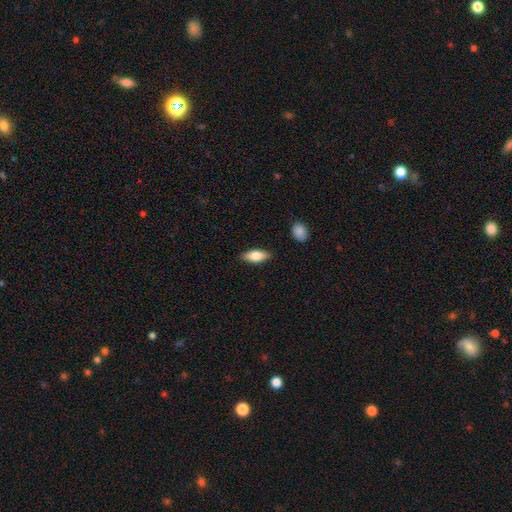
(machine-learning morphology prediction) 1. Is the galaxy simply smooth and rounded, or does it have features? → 78% smooth, 16% featured or disk, 6% star or artifact.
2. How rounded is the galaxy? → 82% in between, 16% cigar-shaped, 2% round.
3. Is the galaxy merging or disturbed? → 86% none, 10% minor disturbance, 2% major disturbance, 2% merger.